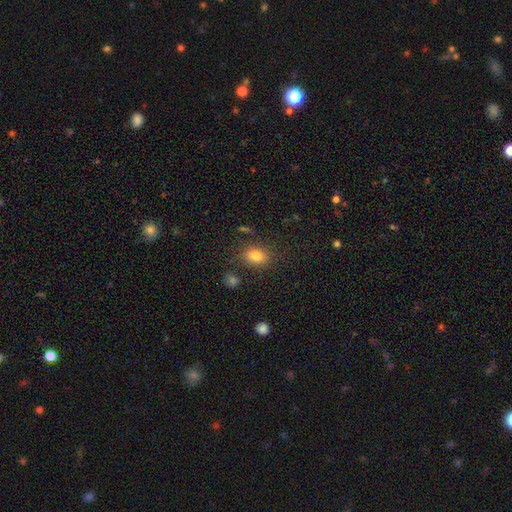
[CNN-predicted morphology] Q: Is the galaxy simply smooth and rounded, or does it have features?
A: smooth — 80%.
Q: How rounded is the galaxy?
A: in between — 73%.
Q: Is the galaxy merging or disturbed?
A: none — 81%.